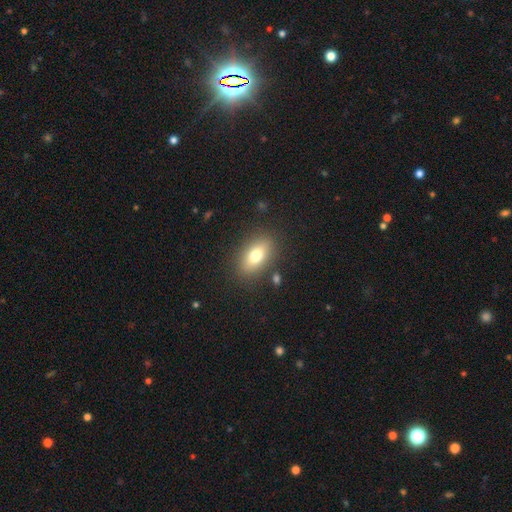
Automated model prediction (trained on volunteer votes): Smooth or featured?
  - smooth: 76% *
  - featured or disk: 15%
  - star or artifact: 9%
How rounded?
  - in between: 87% *
  - round: 9%
  - cigar-shaped: 5%
Merging?
  - none: 85% *
  - minor disturbance: 10%
  - major disturbance: 4%
  - merger: 2%